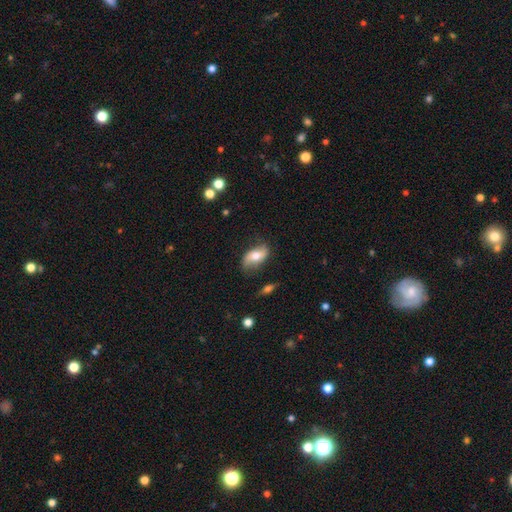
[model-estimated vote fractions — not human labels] Smooth or featured? featured or disk (47%)
Merging? none (69%)